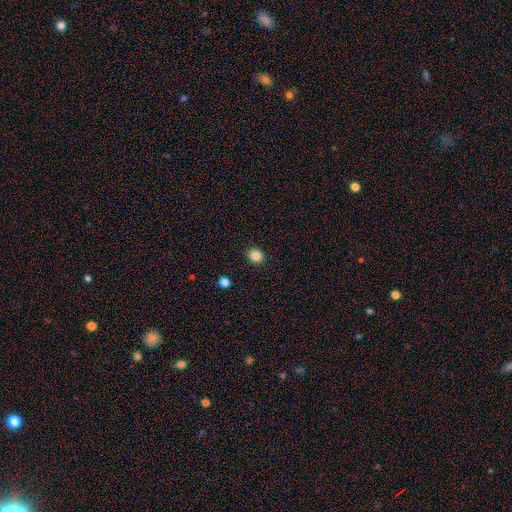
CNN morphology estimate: smooth 85%, star or artifact 11%, featured or disk 4%. Down the decision tree: how rounded — round (74%); merging — none (89%).